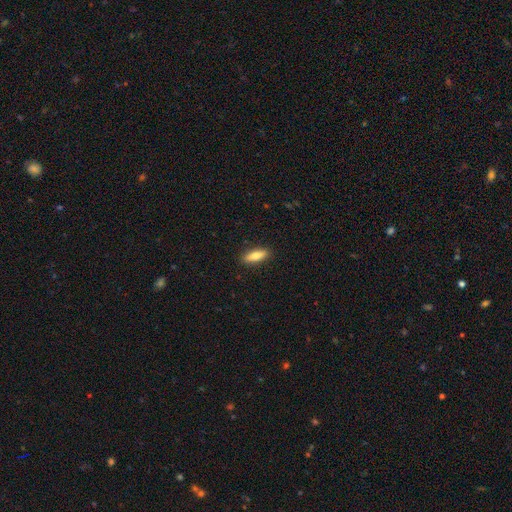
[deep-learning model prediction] This appears to be a smooth galaxy with no disk features (81%) that is in between round and cigar-shaped (55%). Merging: none (90%).